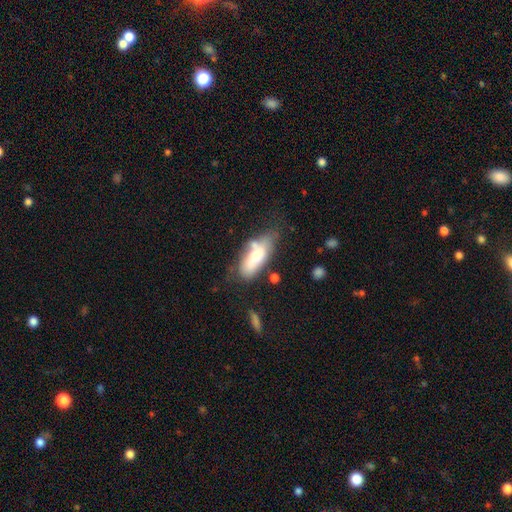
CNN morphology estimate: This is likely a smooth galaxy (64%). How rounded: likely in between (71%). Merging: marginally none (43%).